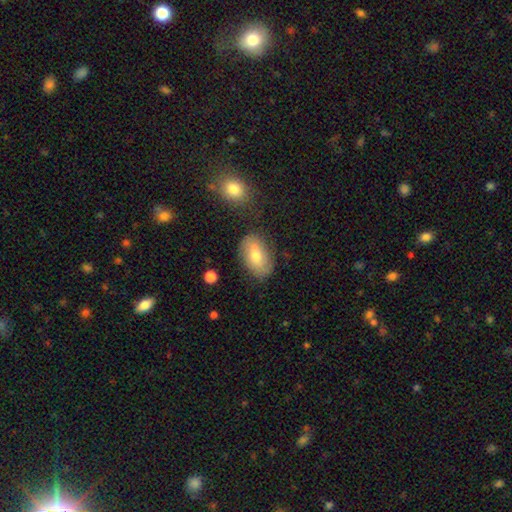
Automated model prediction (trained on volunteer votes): Overall: smooth (64%; featured or disk 28%). How rounded: in between (89%). Merging: none (75%).